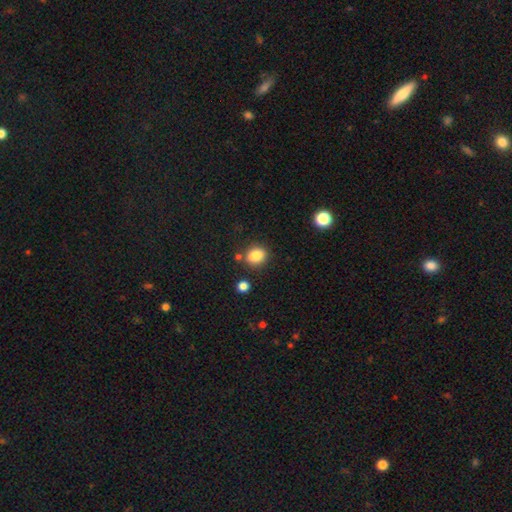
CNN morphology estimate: Q: Smooth or featured?
A: smooth (85%); runner-up: star or artifact (10%)
Q: How rounded?
A: round (50%); runner-up: in between (49%)
Q: Merging?
A: none (79%); runner-up: minor disturbance (11%)